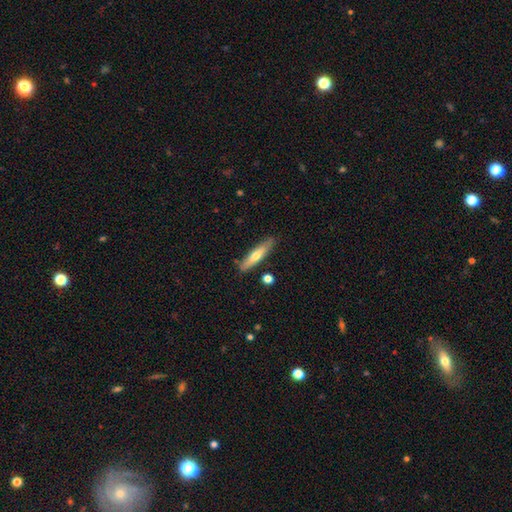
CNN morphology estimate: A smooth galaxy with no disk features (57%) that is cigar-shaped (83%).

Vote fractions:
- Smooth or featured? smooth: 57% / featured or disk: 37% / star or artifact: 6%
- How rounded? cigar-shaped: 83% / in between: 15% / round: 2%
- Merging? none: 82% / minor disturbance: 12% / merger: 3% / major disturbance: 2%